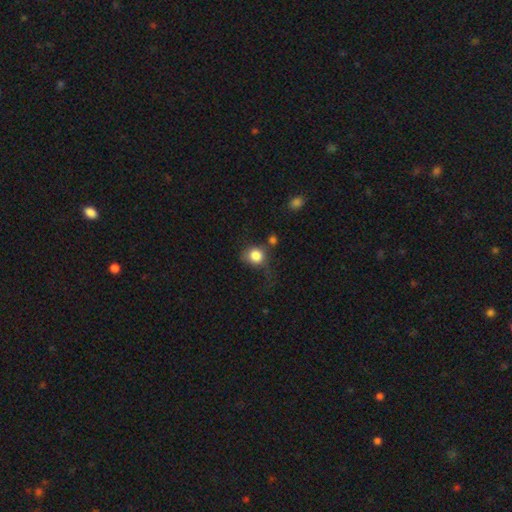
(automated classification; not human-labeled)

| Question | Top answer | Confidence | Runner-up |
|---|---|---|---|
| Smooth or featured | smooth | 82% | star or artifact (10%) |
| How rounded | round | 81% | in between (18%) |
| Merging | none | 49% | minor disturbance (25%) |